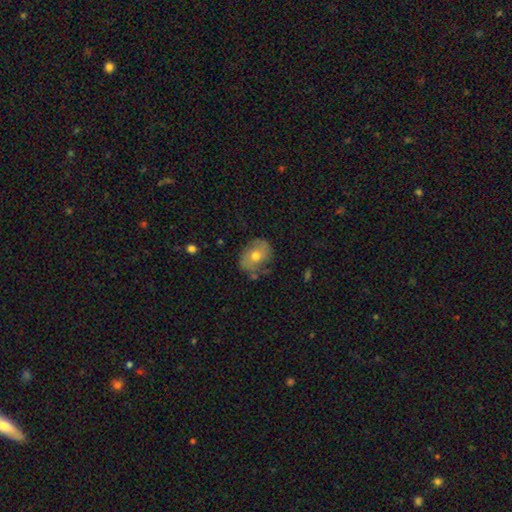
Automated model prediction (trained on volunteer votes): This is possibly a smooth galaxy (53%). How rounded: possibly in between (56%). Merging: likely none (70%).